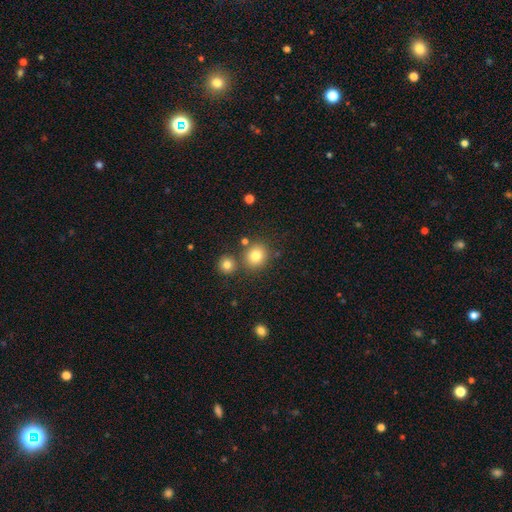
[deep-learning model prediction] This is likely a smooth galaxy (80%). How rounded: clearly round (83%). Merging: likely none (77%).